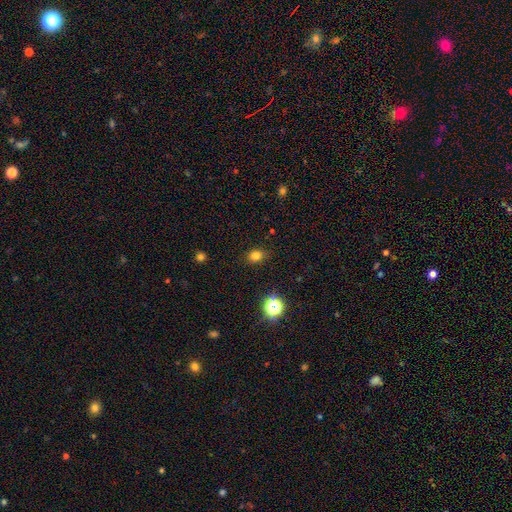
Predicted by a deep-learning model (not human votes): The model was most divided on "how rounded": round: 54%, in between: 45%, cigar-shaped: 1%. More confident: merging — none (85%); smooth or featured — smooth (79%).